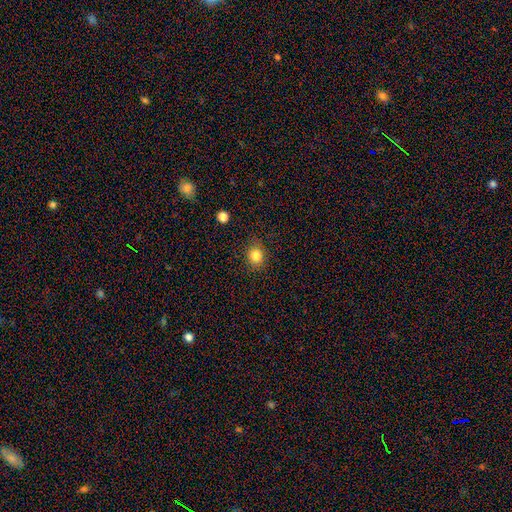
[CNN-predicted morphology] Overall: smooth (83%). How rounded: round (70%). Merging: none (84%).